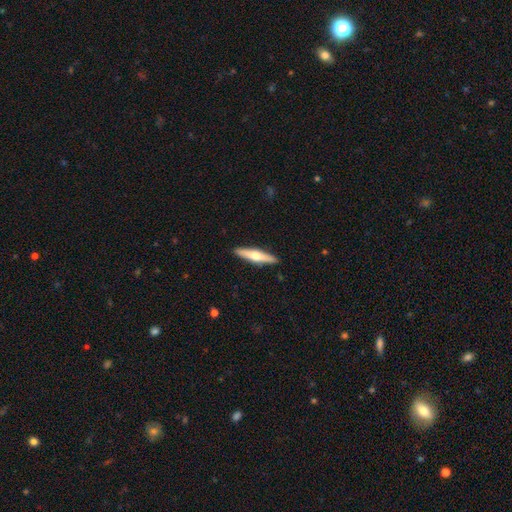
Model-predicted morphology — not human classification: smooth_or_featured: featured or disk (p=0.55) [alt: smooth p=0.40]
disk_edge_on: yes (p=0.95) [alt: no p=0.05]
edge_on_bulge: rounded (p=0.93) [alt: none p=0.04]
merging: none (p=0.91) [alt: minor disturbance p=0.07]